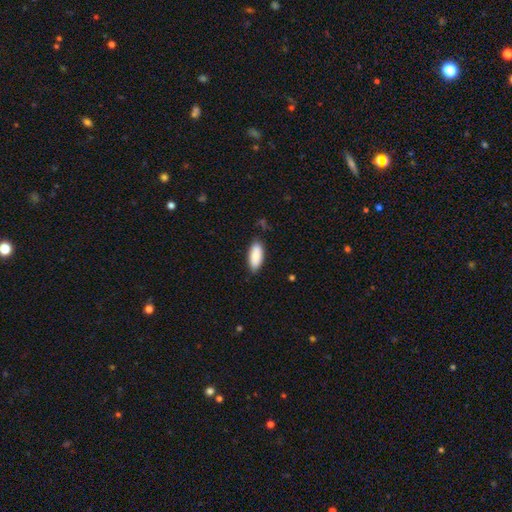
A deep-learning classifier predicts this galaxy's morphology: Overall: smooth (88%). How rounded: in between (83%). Merging: none (81%).